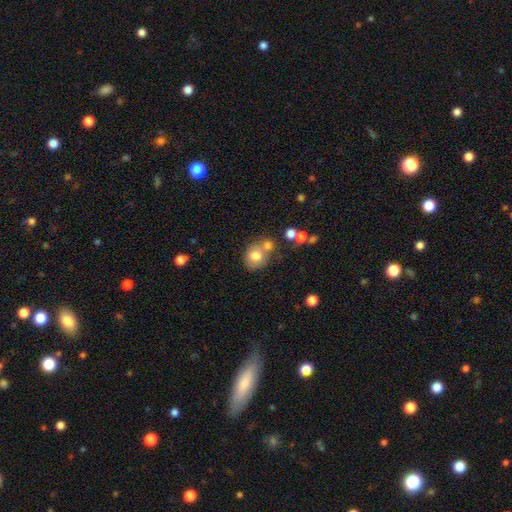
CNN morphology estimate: The model was most divided on "merging": none: 44%, merger: 38%, minor disturbance: 13%, major disturbance: 6%. More confident: smooth or featured — smooth (73%); how rounded — round (69%).